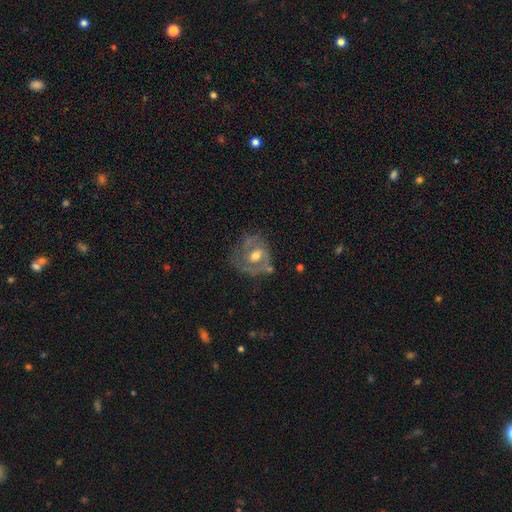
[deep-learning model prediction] A featured or disk galaxy (71%) with no bar (52%), spiral arms (73%) and a moderate central bulge (73%).

Vote fractions:
- Smooth or featured? featured or disk: 71% / smooth: 23% / star or artifact: 7%
- Edge-on disk? no: 97% / yes: 3%
- Bar? no: 52% / weak: 38% / strong: 10%
- Spiral arms? yes: 73% / no: 27%
- Bulge size? moderate: 73% / small: 16% / large: 8% / none: 1% / dominant: 1%
- Merging? none: 53% / minor disturbance: 25% / major disturbance: 18% / merger: 5%